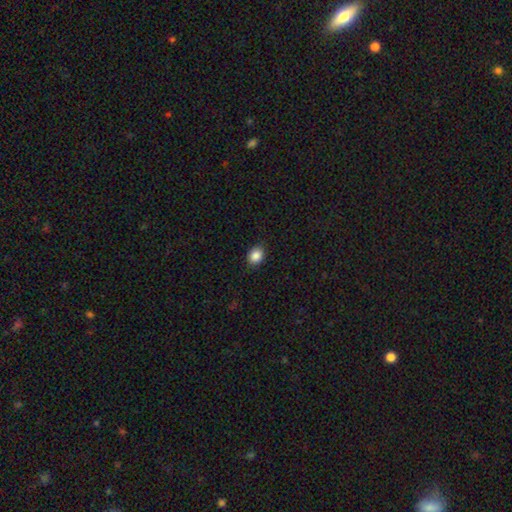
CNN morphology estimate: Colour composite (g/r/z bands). It shows a smooth galaxy with no disk features (87%) that is in between round and cigar-shaped (51%). Merging: none (87%).